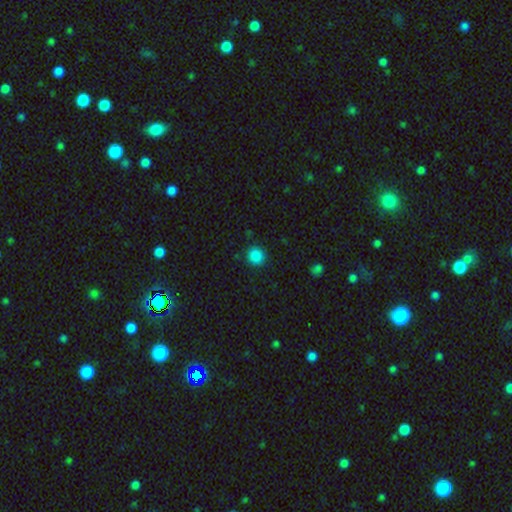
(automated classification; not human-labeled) Overall: smooth (86%). How rounded: round (91%). Merging: none (90%).